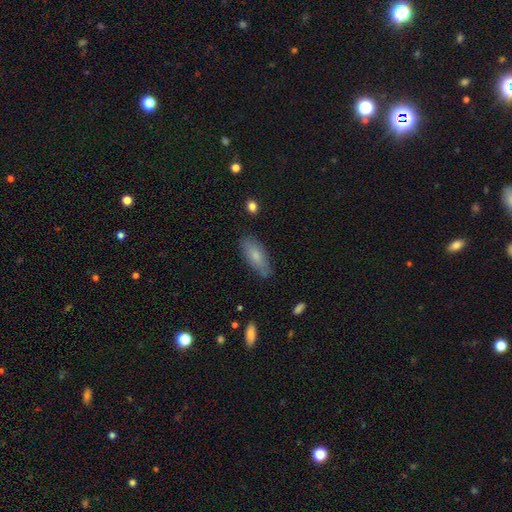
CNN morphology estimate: Smooth or featured?
  - smooth: 74% *
  - featured or disk: 19%
  - star or artifact: 7%
How rounded?
  - in between: 76% *
  - cigar-shaped: 22%
  - round: 2%
Merging?
  - none: 80% *
  - minor disturbance: 16%
  - major disturbance: 3%
  - merger: 2%